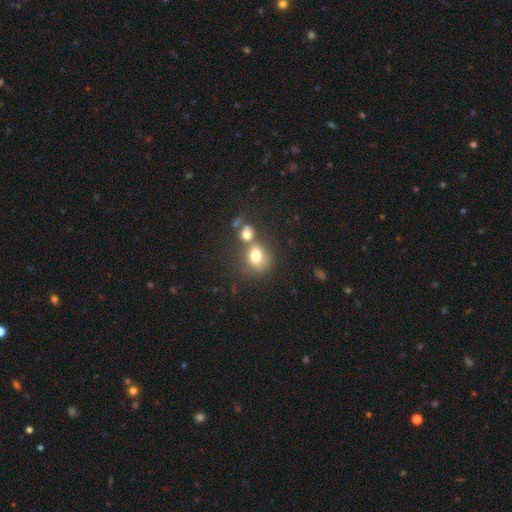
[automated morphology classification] The model was most divided on "merging": none: 41%, merger: 39%, minor disturbance: 13%, major disturbance: 7%. More confident: smooth or featured — smooth (75%); how rounded — round (61%).